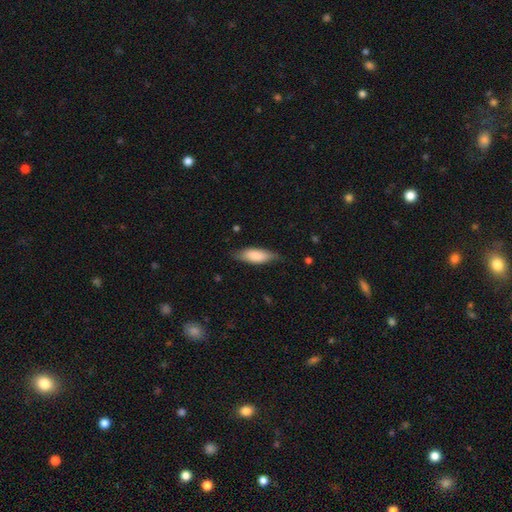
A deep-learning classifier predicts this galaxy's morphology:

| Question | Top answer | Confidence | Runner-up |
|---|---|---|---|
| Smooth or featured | smooth | 82% | featured or disk (12%) |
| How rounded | in between | 68% | cigar-shaped (30%) |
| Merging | none | 73% | minor disturbance (21%) |